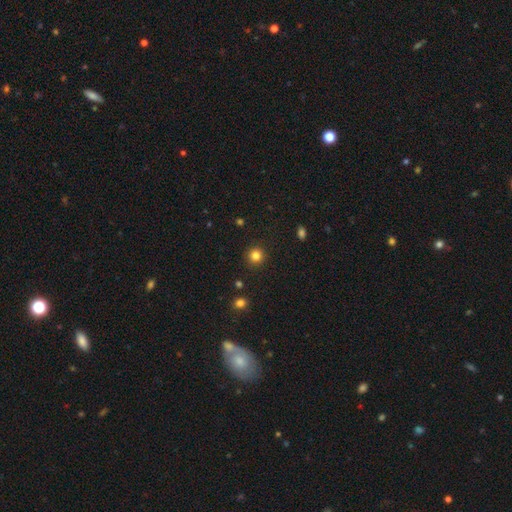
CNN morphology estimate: Q: Smooth or featured?
A: smooth (82%); runner-up: star or artifact (13%)
Q: How rounded?
A: round (94%); runner-up: in between (6%)
Q: Merging?
A: none (91%); runner-up: minor disturbance (6%)